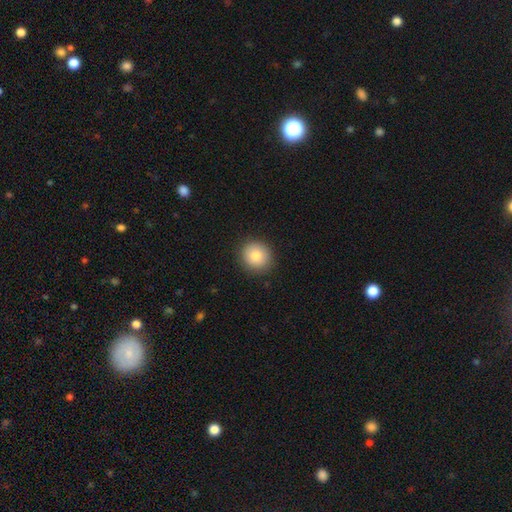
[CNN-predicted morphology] Overall: smooth (83%). How rounded: round (88%). Merging: none (89%).